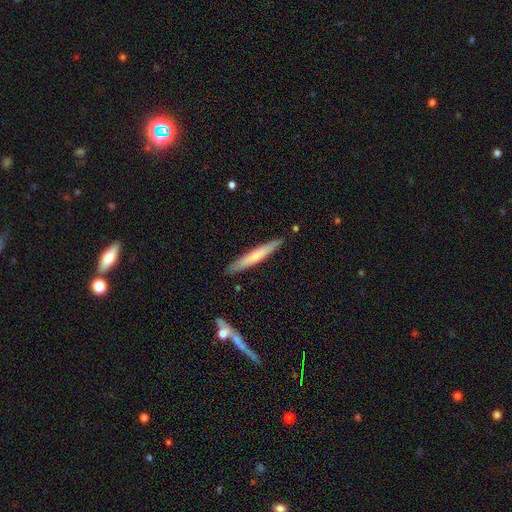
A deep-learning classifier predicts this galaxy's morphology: Smooth or featured? Predicted: smooth (p=0.55). How rounded? Predicted: cigar-shaped (p=0.94). Merging? Predicted: none (p=0.88).